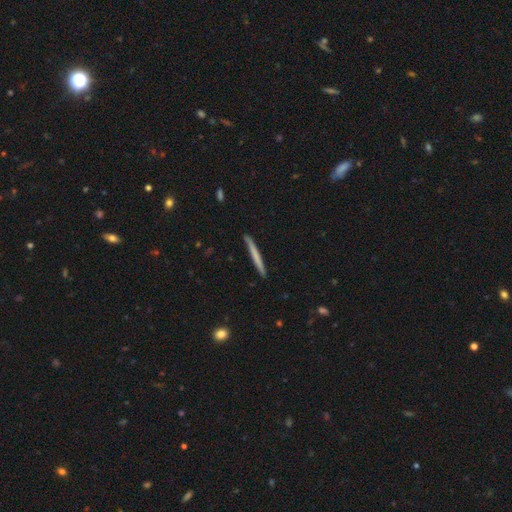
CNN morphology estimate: This is likely a smooth galaxy (61%). How rounded: clearly cigar-shaped (97%). Merging: clearly none (91%).